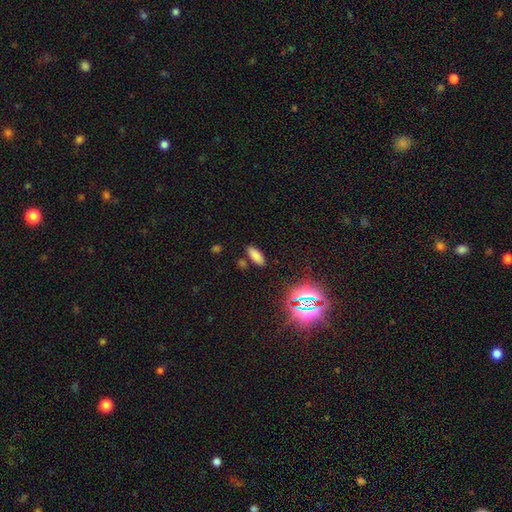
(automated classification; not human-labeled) Smooth or featured: smooth — 75% (star or artifact — 18%)
How rounded: in between — 77% (cigar-shaped — 20%)
Merging: none — 84% (minor disturbance — 9%)